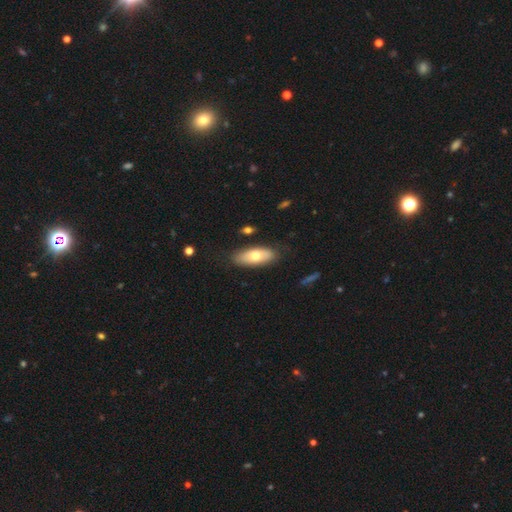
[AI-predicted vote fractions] smooth 65%, featured or disk 29%, star or artifact 6%. Down the decision tree: how rounded — in between (81%); merging — none (81%).